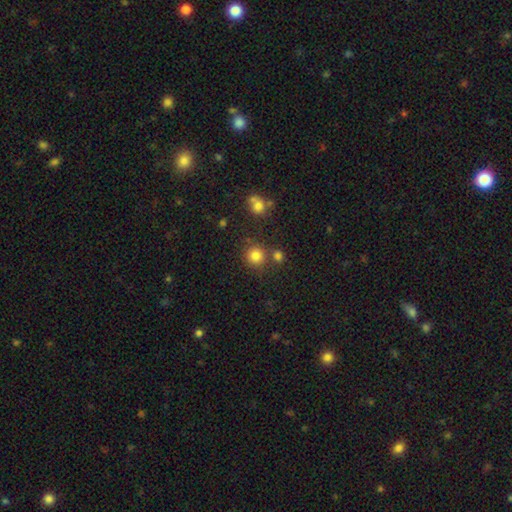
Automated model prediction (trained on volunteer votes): A smooth galaxy with no disk features (81%) that is round (91%). Merging: none (75%).